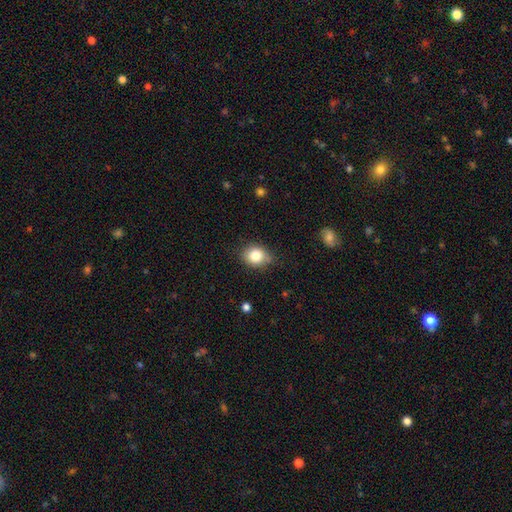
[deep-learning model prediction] Smooth or featured?
  - smooth: 82% *
  - star or artifact: 10%
  - featured or disk: 8%
How rounded?
  - round: 57% *
  - in between: 42%
  - cigar-shaped: 1%
Merging?
  - none: 77% *
  - minor disturbance: 18%
  - major disturbance: 3%
  - merger: 2%